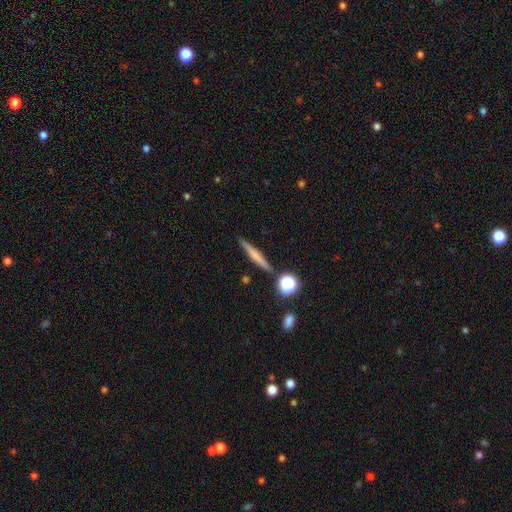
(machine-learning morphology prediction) This is possibly a smooth galaxy (53%). How rounded: clearly cigar-shaped (89%). Merging: clearly none (87%).